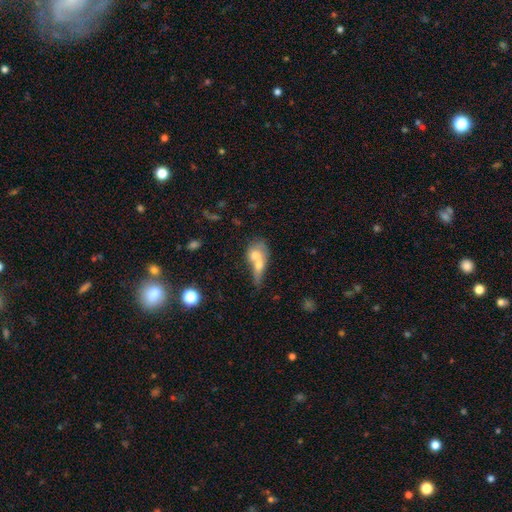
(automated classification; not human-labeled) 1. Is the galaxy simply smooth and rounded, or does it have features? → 63% smooth, 29% featured or disk, 8% star or artifact.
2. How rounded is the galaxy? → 54% in between, 37% round, 10% cigar-shaped.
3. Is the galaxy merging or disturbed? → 73% merger, 13% none, 7% major disturbance, 7% minor disturbance.